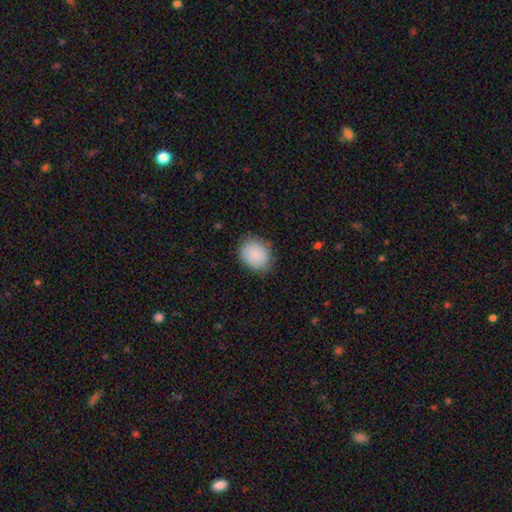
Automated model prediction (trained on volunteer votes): Smooth or featured? smooth (87%)
How rounded? round (56%)
Merging? none (78%)